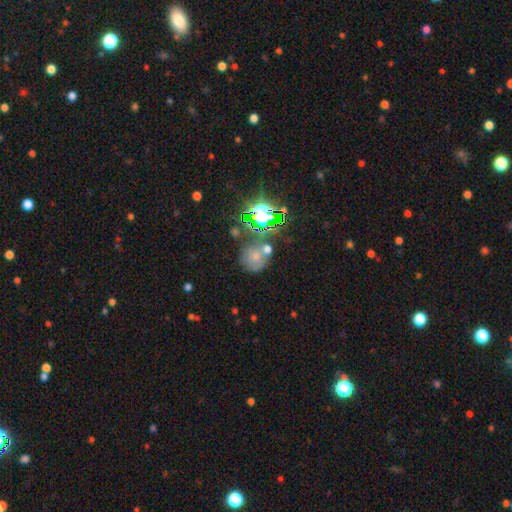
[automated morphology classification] Smooth or featured: smooth — 53% (star or artifact — 30%)
How rounded: round — 82% (in between — 17%)
Merging: none — 52% (merger — 24%)